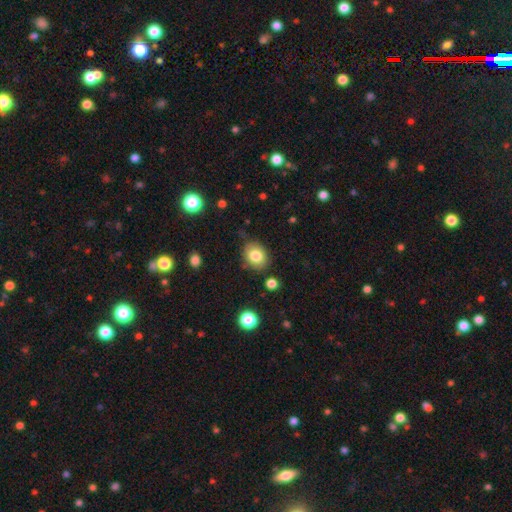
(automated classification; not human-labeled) Overall: smooth (81%). How rounded: round (51%; in between 48%). Merging: none (79%).